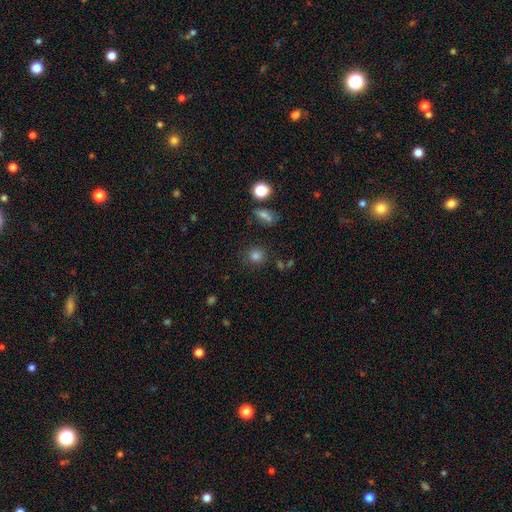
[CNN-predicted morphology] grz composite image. It shows a smooth galaxy with no disk features (80%) that is round (86%). Merging: none (83%).